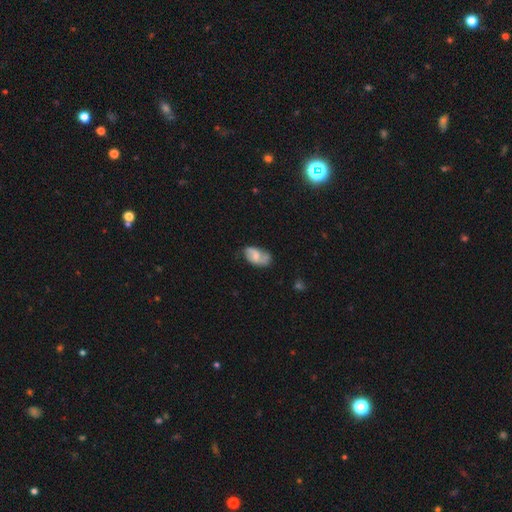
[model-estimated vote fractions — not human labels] Q: Smooth or featured?
A: featured or disk (47%); runner-up: smooth (45%)
Q: Merging?
A: none (51%); runner-up: minor disturbance (33%)